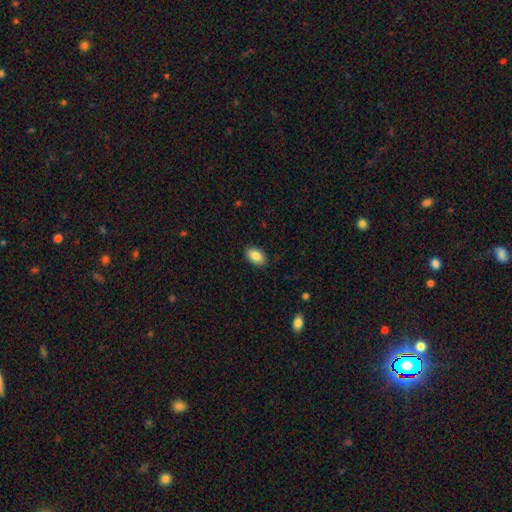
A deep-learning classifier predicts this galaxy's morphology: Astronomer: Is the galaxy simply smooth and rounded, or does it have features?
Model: smooth — 85%.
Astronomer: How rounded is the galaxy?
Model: in between — 88%.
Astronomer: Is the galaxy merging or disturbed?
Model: none — 89%.